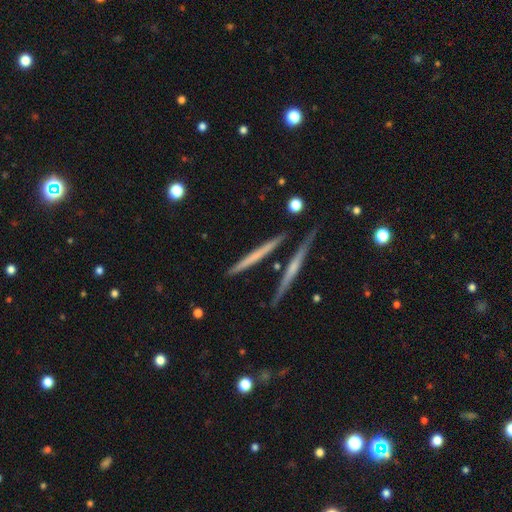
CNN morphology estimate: This is possibly a featured or disk galaxy (56%). It is clearly viewed edge-on (96%). Edge-on bulge: clearly none (84%). Merging: clearly none (85%).